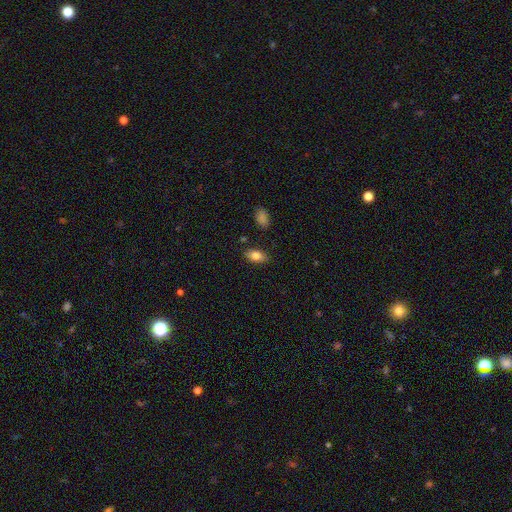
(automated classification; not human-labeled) Smooth or featured: smooth — 83% (featured or disk — 9%)
How rounded: in between — 90% (round — 6%)
Merging: none — 83% (minor disturbance — 12%)